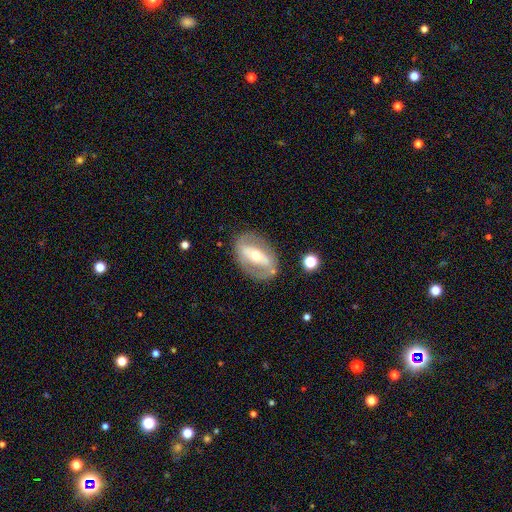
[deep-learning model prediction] The model was most divided on "spiral arms": no: 57%, yes: 43%. More confident: edge-on disk — no (90%); merging — none (77%); smooth or featured — featured or disk (71%); bulge size — moderate (61%); bar — strong (52%).